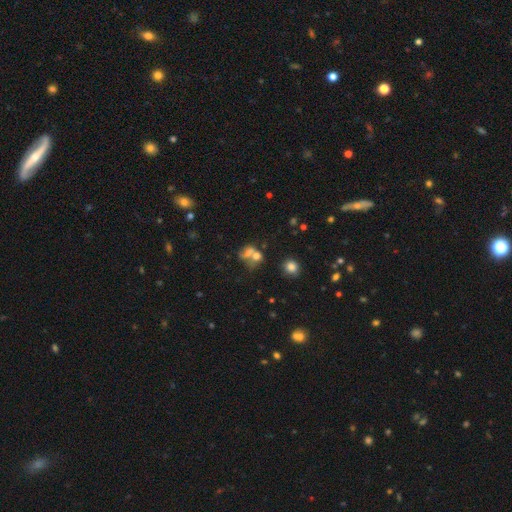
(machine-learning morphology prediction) Smooth or featured: smooth — 57% (featured or disk — 23%)
How rounded: round — 48% (tied with in between — 48%)
Merging: merger — 49% (none — 28%)